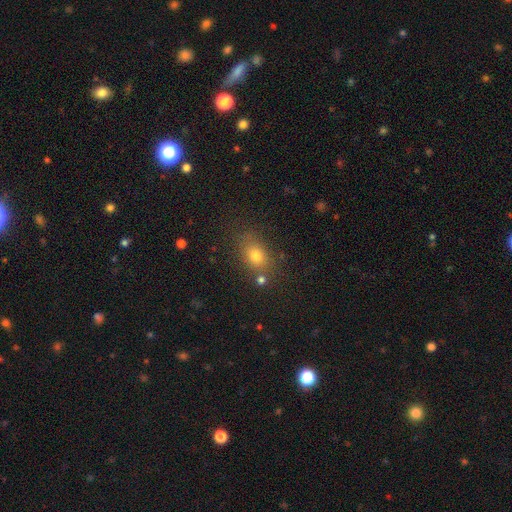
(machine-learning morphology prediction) Smooth or featured? Predicted: smooth (p=0.76). How rounded? Predicted: in between (p=0.67). Merging? Predicted: none (p=0.75).